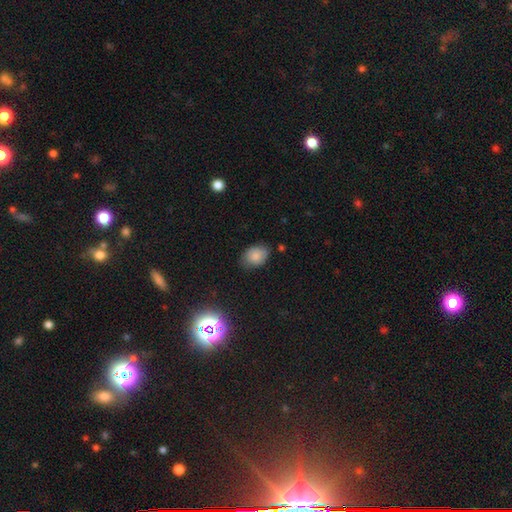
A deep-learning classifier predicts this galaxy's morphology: A smooth galaxy with no disk features (82%) that is in between round and cigar-shaped (73%). Merging: none (75%).